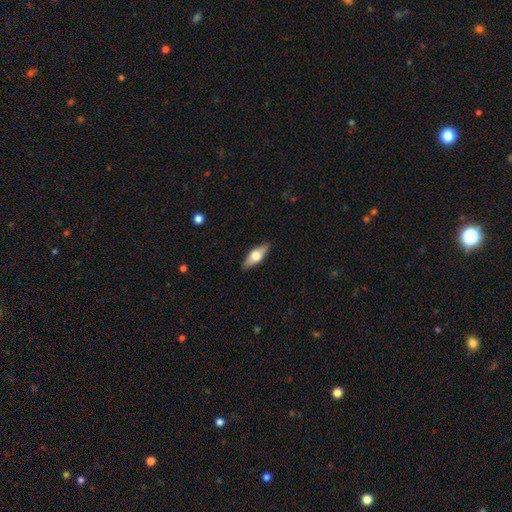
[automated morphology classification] Smooth or featured? smooth (55%)
How rounded? in between (69%)
Merging? none (88%)